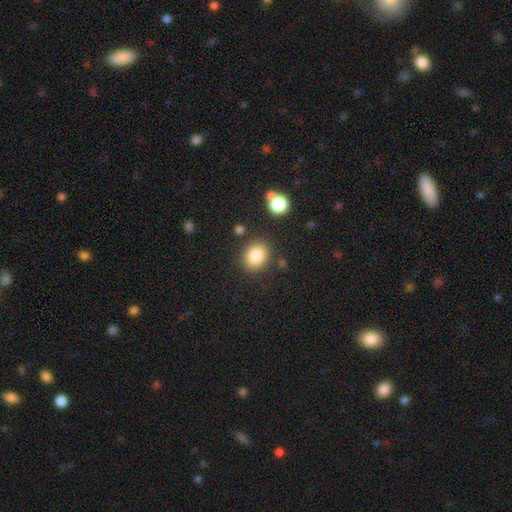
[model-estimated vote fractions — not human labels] Q: Smooth or featured?
A: smooth (84%); runner-up: star or artifact (10%)
Q: How rounded?
A: round (64%); runner-up: in between (36%)
Q: Merging?
A: none (83%); runner-up: minor disturbance (10%)